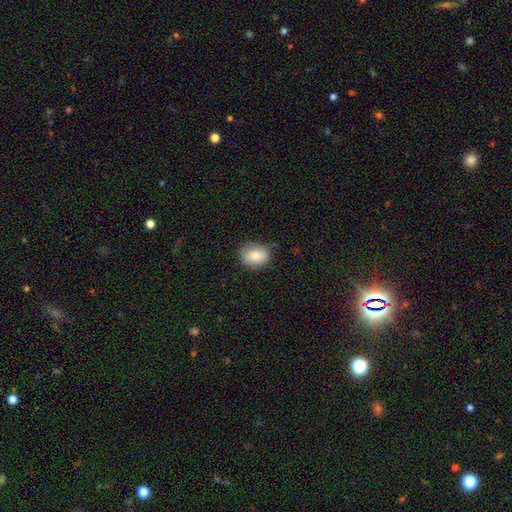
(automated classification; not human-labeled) smooth_or_featured: smooth (p=0.81) [alt: featured or disk p=0.11]
how_rounded: in between (p=0.50) [alt: round p=0.49]
merging: none (p=0.78) [alt: minor disturbance p=0.18]